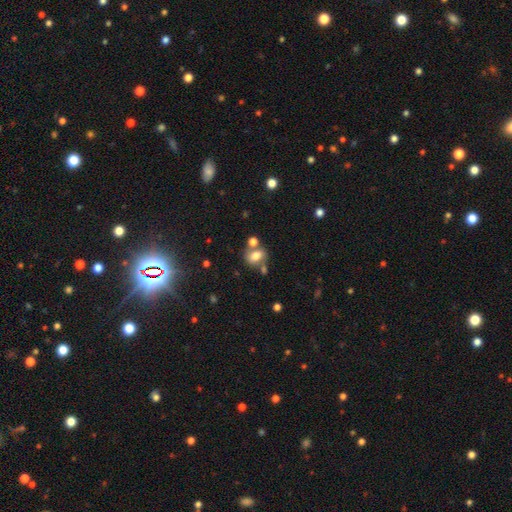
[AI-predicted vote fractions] Q: Smooth or featured?
A: smooth (70%); runner-up: featured or disk (19%)
Q: How rounded?
A: in between (59%); runner-up: round (40%)
Q: Merging?
A: none (54%); runner-up: merger (25%)